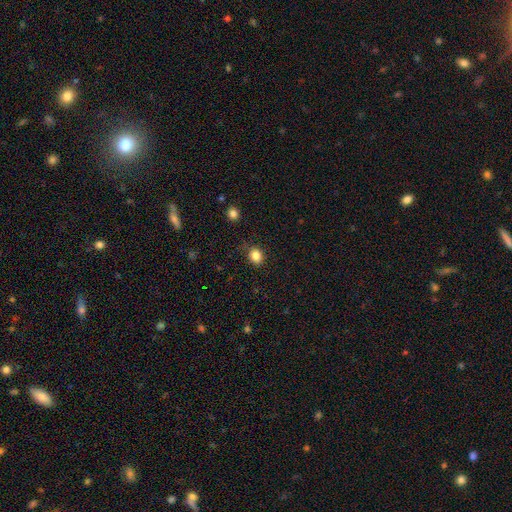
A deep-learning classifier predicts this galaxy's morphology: Smooth or featured: smooth — 84% (star or artifact — 11%)
How rounded: round — 64% (in between — 36%)
Merging: none — 80% (minor disturbance — 15%)